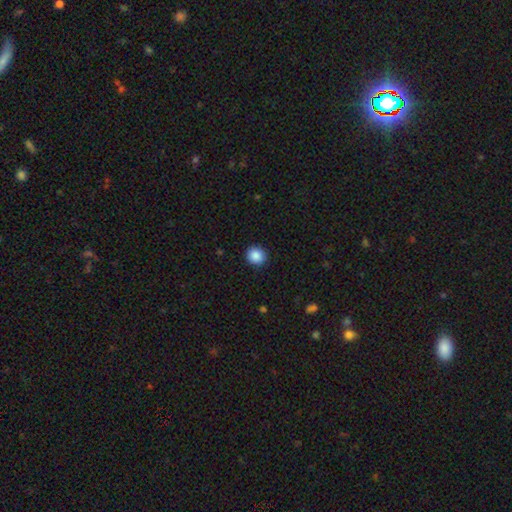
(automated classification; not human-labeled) Smooth or featured? Predicted: smooth (p=0.88). How rounded? Predicted: round (p=0.89). Merging? Predicted: none (p=0.92).